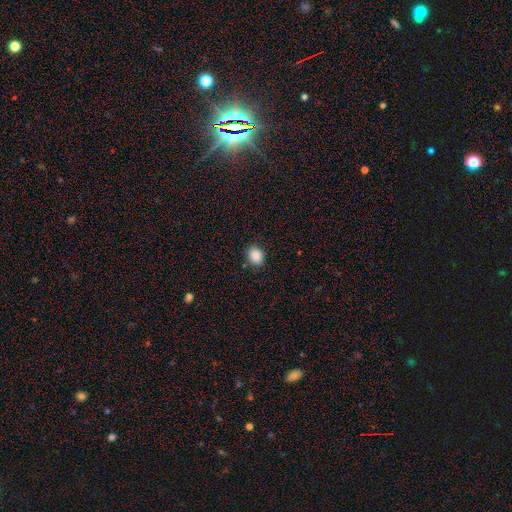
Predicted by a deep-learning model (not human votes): Smooth or featured?
  - smooth: 87% *
  - star or artifact: 9%
  - featured or disk: 4%
How rounded?
  - round: 50% *
  - in between: 49%
  - cigar-shaped: 1%
Merging?
  - none: 85% *
  - minor disturbance: 11%
  - major disturbance: 2%
  - merger: 2%